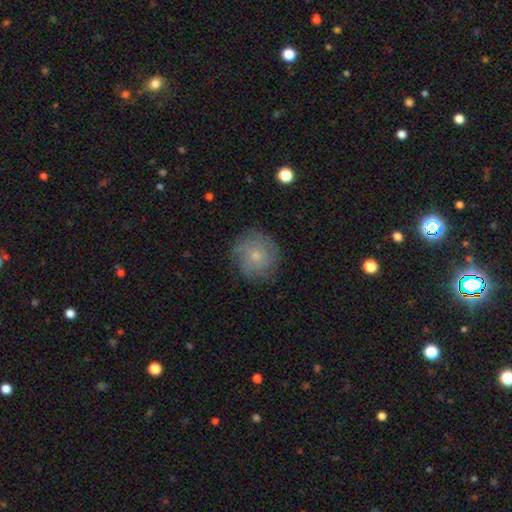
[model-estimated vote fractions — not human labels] Smooth or featured? Predicted: featured or disk (p=0.52). Edge-on disk? Predicted: no (p=0.97). Merging? Predicted: none (p=0.79).